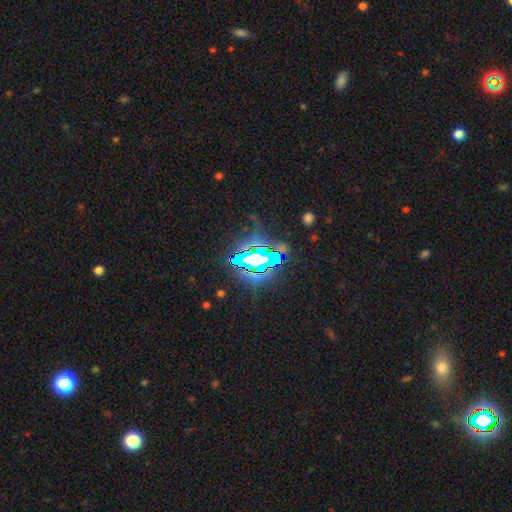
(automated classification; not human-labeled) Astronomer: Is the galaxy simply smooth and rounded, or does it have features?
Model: star or artifact — 83%.